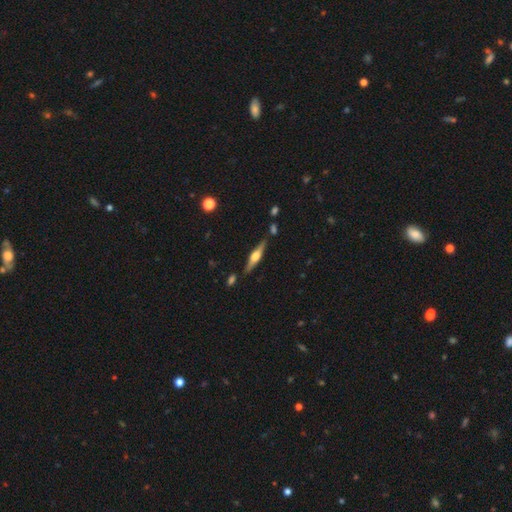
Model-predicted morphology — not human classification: smooth_or_featured: featured or disk (p=0.68) [alt: smooth p=0.26]
disk_edge_on: yes (p=0.97) [alt: no p=0.03]
edge_on_bulge: rounded (p=0.88) [alt: boxy p=0.09]
merging: none (p=0.81) [alt: minor disturbance p=0.12]